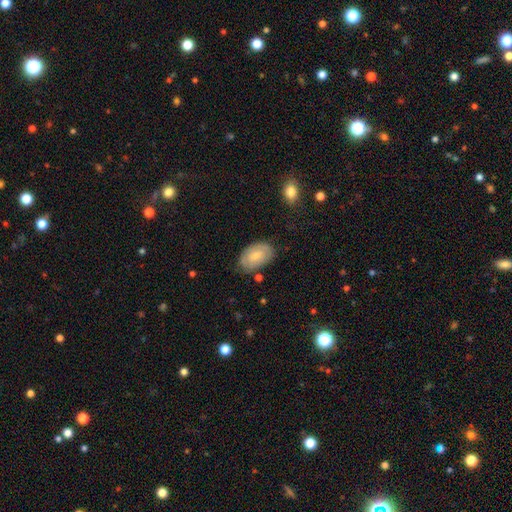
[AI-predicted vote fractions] Smooth or featured? Predicted: smooth (p=0.61). How rounded? Predicted: in between (p=0.91). Merging? Predicted: none (p=0.76).